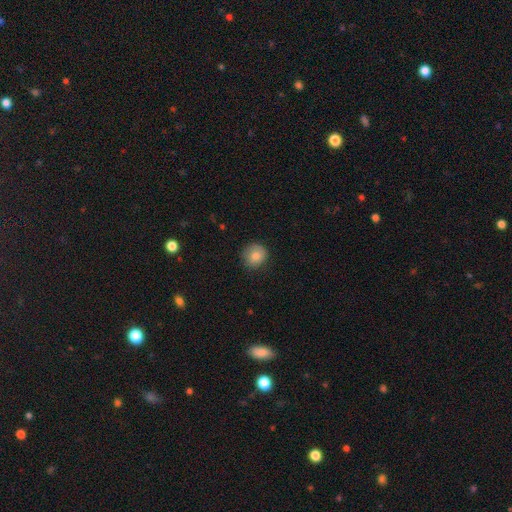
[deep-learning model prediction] Smooth or featured? smooth (81%)
How rounded? round (87%)
Merging? none (82%)